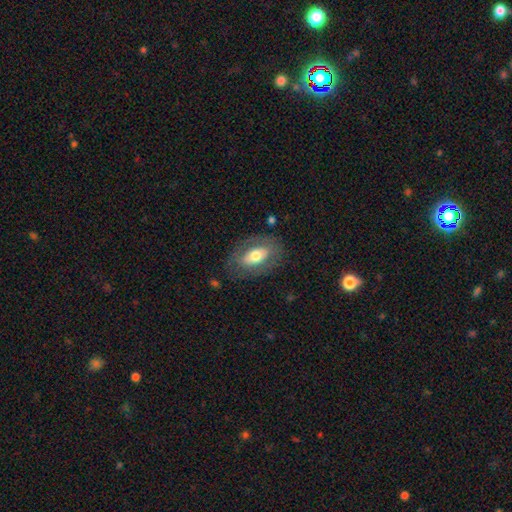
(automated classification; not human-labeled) smooth-or-featured: smooth: 52% | featured or disk: 41% | star or artifact: 6%
  how-rounded: in between: 90% | round: 8% | cigar-shaped: 2%
  merging: none: 77% | minor disturbance: 15% | major disturbance: 8% | merger: 1%